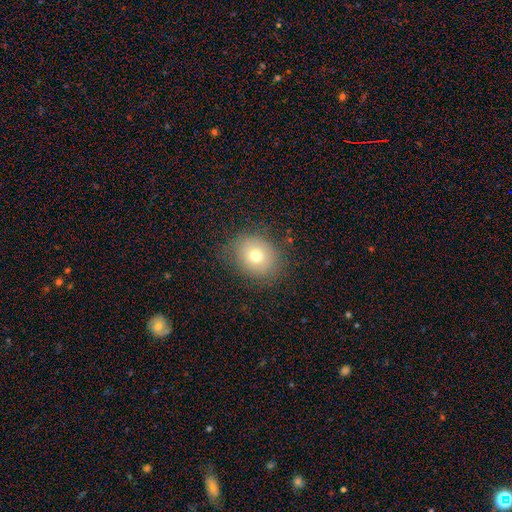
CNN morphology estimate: smooth_or_featured: smooth (p=0.71) [alt: featured or disk p=0.15]
how_rounded: round (p=0.70) [alt: in between p=0.30]
merging: none (p=0.83) [alt: minor disturbance p=0.12]